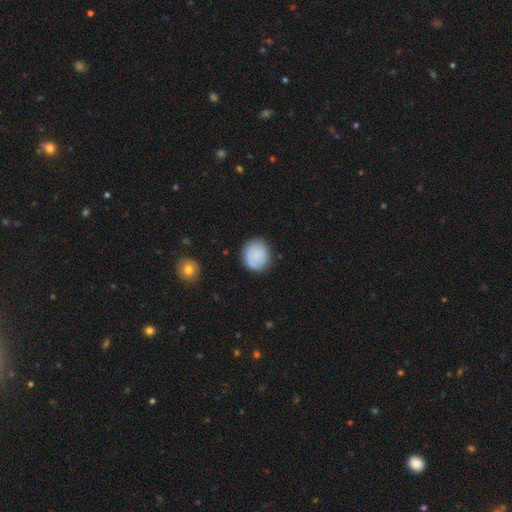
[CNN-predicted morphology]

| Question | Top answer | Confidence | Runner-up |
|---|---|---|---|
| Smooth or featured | smooth | 74% | featured or disk (19%) |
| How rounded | round | 87% | in between (12%) |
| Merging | none | 82% | minor disturbance (13%) |